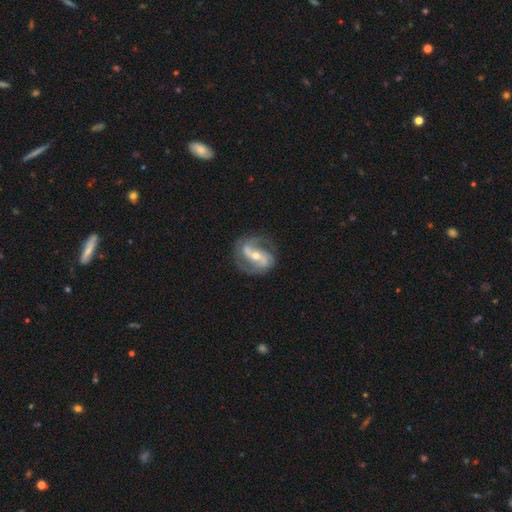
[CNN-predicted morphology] Smooth or featured: featured or disk — 86% (smooth — 9%)
Edge-on disk: no — 96% (yes — 4%)
Bar: strong — 46% (weak — 31%)
Spiral arms: yes — 94% (no — 6%)
Spiral winding: medium — 48% (loose — 26%)
Spiral arm count: 2 — 86% (can't tell — 5%)
Bulge size: moderate — 52% (small — 44%)
Merging: none — 75% (minor disturbance — 16%)